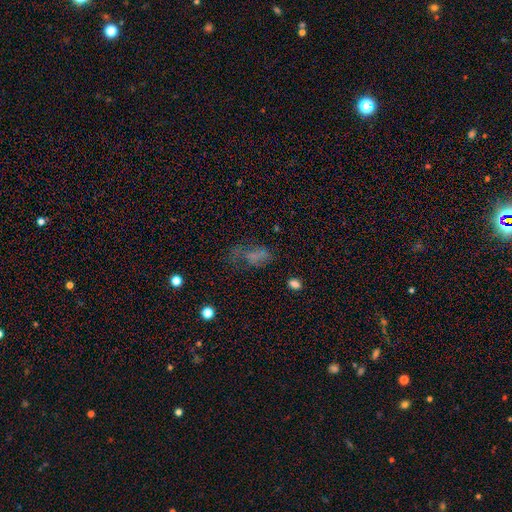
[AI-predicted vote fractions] Overall: smooth (54%; featured or disk 25%). How rounded: in between (84%). Merging: major disturbance (39%; none 32%).